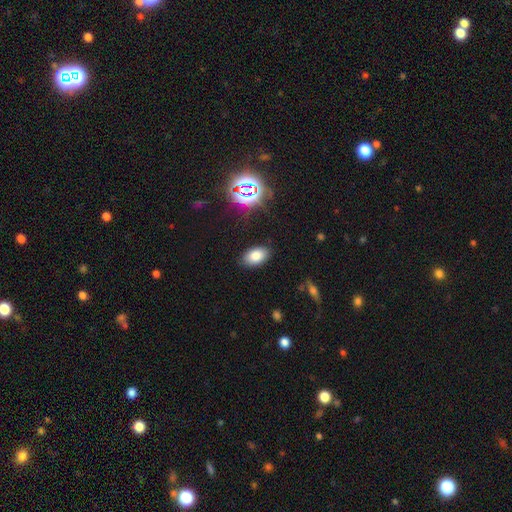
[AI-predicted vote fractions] Morphology: type=smooth (78%); roundness=in between (91%); merging=none (86%).